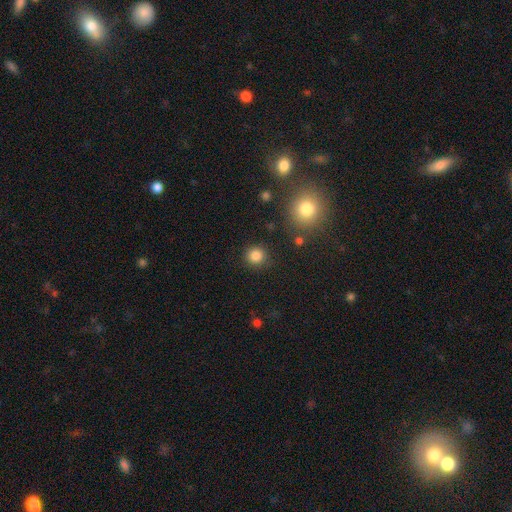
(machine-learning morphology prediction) Q: Smooth or featured?
A: smooth (84%); runner-up: star or artifact (12%)
Q: How rounded?
A: round (91%); runner-up: in between (8%)
Q: Merging?
A: none (88%); runner-up: minor disturbance (7%)